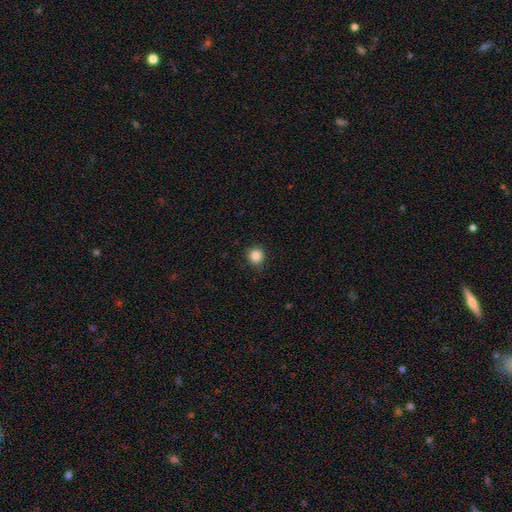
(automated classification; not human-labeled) Smooth or featured?
  - smooth: 86% *
  - star or artifact: 11%
  - featured or disk: 3%
How rounded?
  - round: 90% *
  - in between: 10%
  - cigar-shaped: 1%
Merging?
  - none: 84% *
  - minor disturbance: 12%
  - major disturbance: 2%
  - merger: 1%